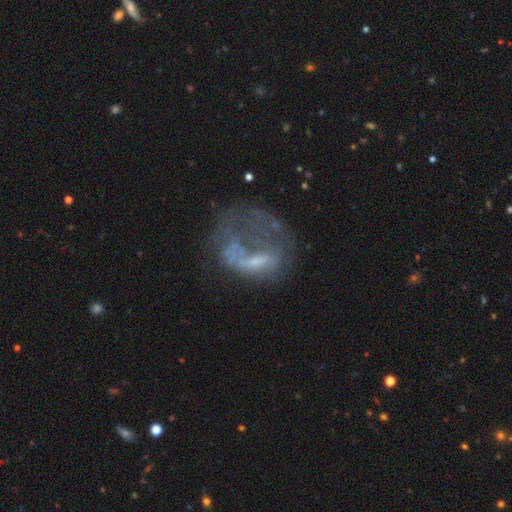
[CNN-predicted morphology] This appears to be a featured or disk galaxy (54%) with no bar (76%), no spiral arms (82%) and no central bulge (52%). Merging: major disturbance (50%).